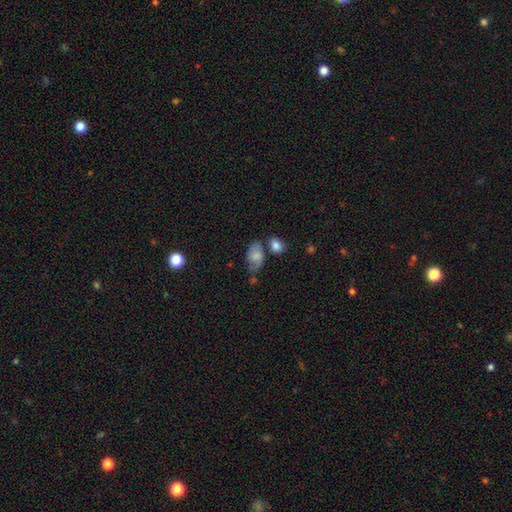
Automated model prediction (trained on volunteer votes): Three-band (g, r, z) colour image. It shows a smooth galaxy with no disk features (64%) that is in between round and cigar-shaped (89%). Merging: none (47%).